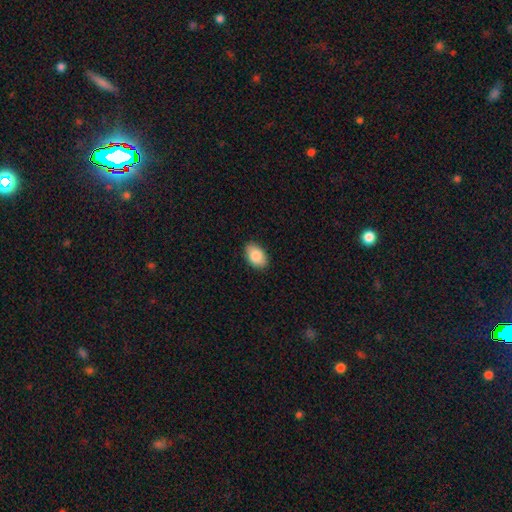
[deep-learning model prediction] This is clearly a smooth galaxy (86%). How rounded: clearly in between (91%). Merging: clearly none (88%).